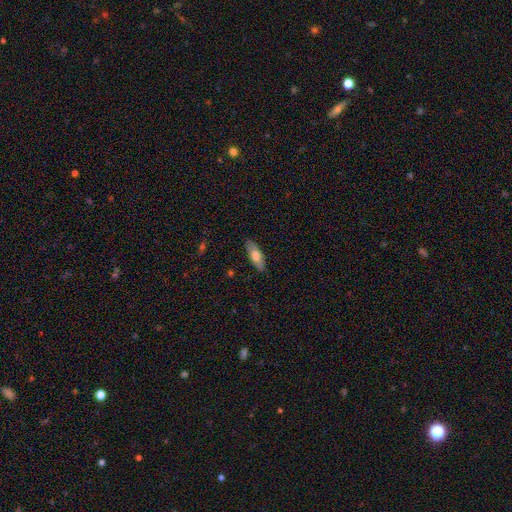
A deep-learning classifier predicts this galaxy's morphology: smooth_or_featured: smooth (p=0.68) [alt: featured or disk p=0.26]
how_rounded: in between (p=0.72) [alt: cigar-shaped p=0.26]
merging: none (p=0.86) [alt: minor disturbance p=0.11]